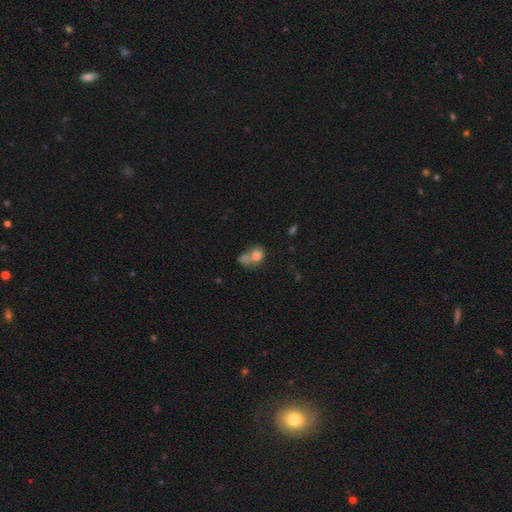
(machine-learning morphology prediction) Smooth or featured? Predicted: smooth (p=0.73). How rounded? Predicted: round (p=0.51). Merging? Predicted: merger (p=0.58).